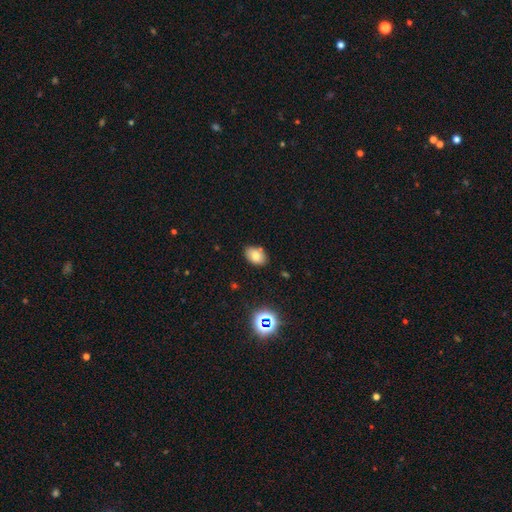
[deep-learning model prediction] This is likely a smooth galaxy (77%). How rounded: clearly in between (84%). Merging: likely none (79%).